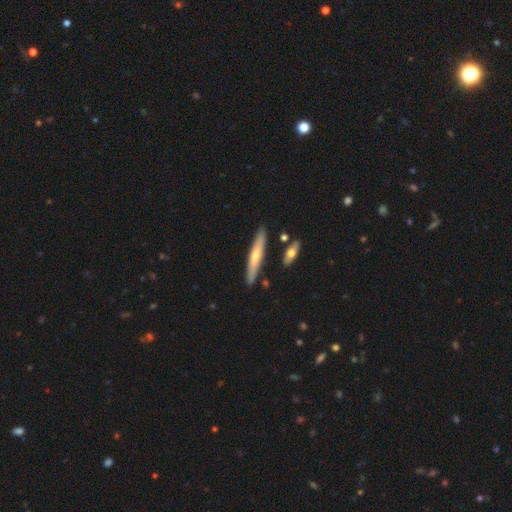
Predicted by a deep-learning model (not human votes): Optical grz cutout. It shows a smooth galaxy with no disk features (47%, tied with featured or disk). Merging: none (85%).